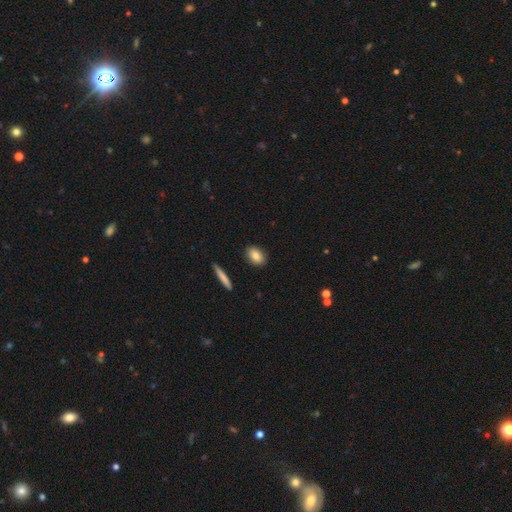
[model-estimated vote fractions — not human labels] smooth-or-featured: smooth: 83% | featured or disk: 11% | star or artifact: 7%
  how-rounded: in between: 82% | round: 13% | cigar-shaped: 5%
  merging: none: 89% | minor disturbance: 7% | major disturbance: 2% | merger: 2%